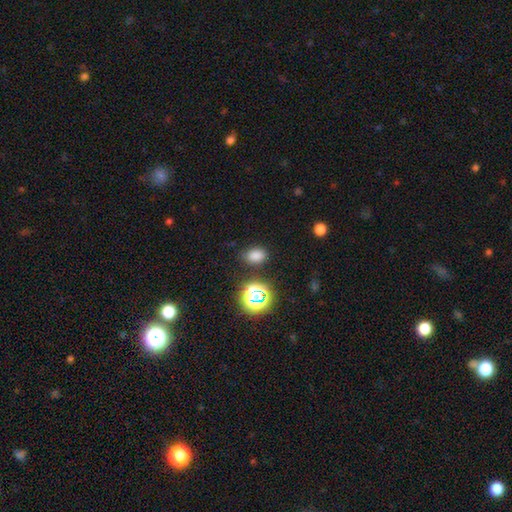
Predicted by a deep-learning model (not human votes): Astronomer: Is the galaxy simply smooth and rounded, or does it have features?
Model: smooth — 74%.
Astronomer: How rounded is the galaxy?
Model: in between — 74%.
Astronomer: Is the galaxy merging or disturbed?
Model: none — 80%.